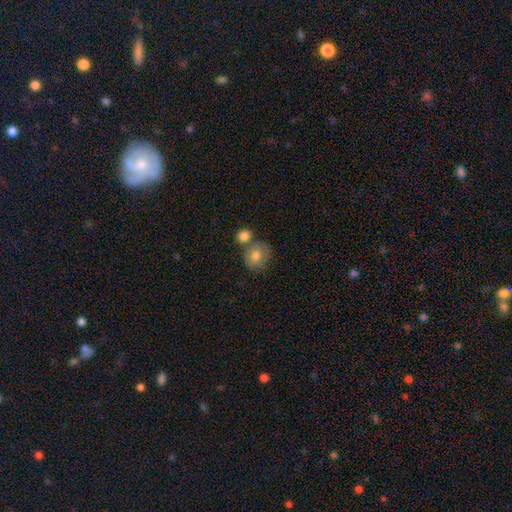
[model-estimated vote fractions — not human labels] smooth_or_featured: smooth (p=0.80) [alt: featured or disk p=0.12]
how_rounded: round (p=0.79) [alt: in between p=0.20]
merging: none (p=0.53) [alt: merger p=0.31]